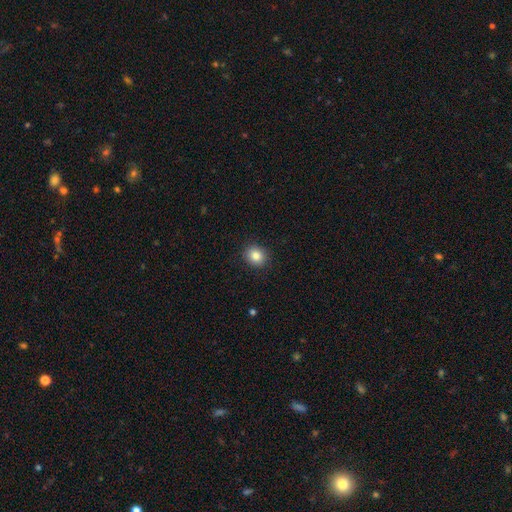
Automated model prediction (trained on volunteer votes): smooth_or_featured: smooth (p=0.84) [alt: star or artifact p=0.10]
how_rounded: round (p=0.76) [alt: in between p=0.23]
merging: none (p=0.90) [alt: minor disturbance p=0.07]